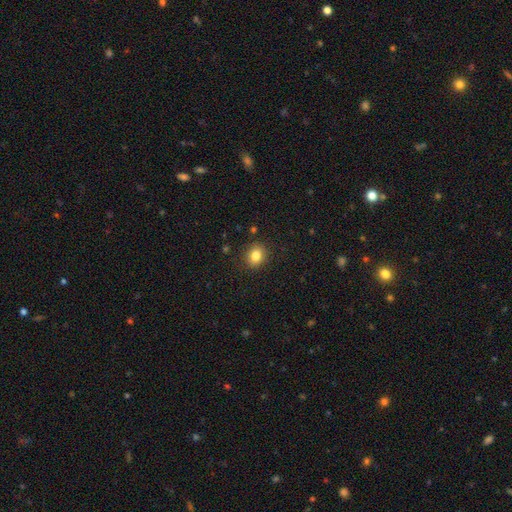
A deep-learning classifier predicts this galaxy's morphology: Overall: smooth (82%). How rounded: round (63%; in between 37%). Merging: none (88%).